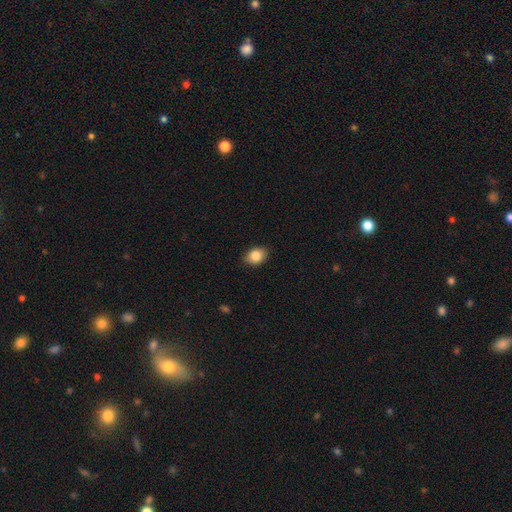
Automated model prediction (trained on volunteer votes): Q: Smooth or featured?
A: smooth (85%); runner-up: star or artifact (8%)
Q: How rounded?
A: in between (72%); runner-up: round (27%)
Q: Merging?
A: none (88%); runner-up: minor disturbance (9%)